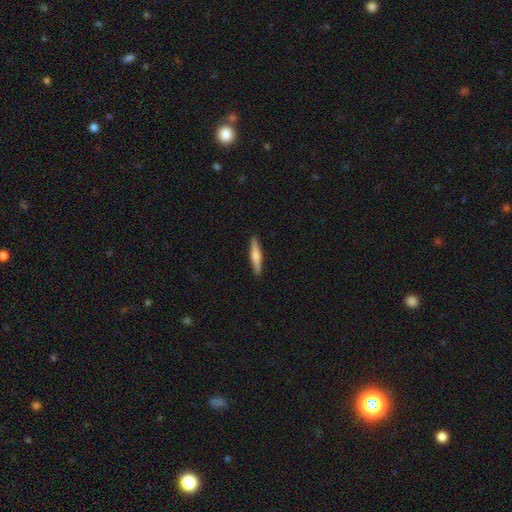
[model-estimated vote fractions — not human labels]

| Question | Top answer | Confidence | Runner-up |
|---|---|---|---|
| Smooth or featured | smooth | 58% | featured or disk (36%) |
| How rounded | cigar-shaped | 89% | in between (10%) |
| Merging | none | 91% | minor disturbance (6%) |